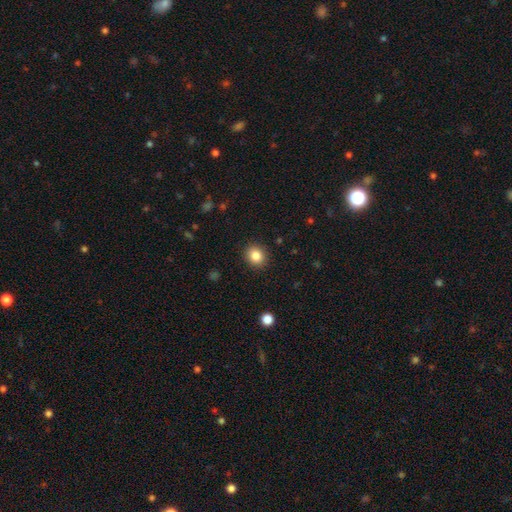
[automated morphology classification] Smooth or featured? smooth (84%)
How rounded? round (76%)
Merging? none (90%)